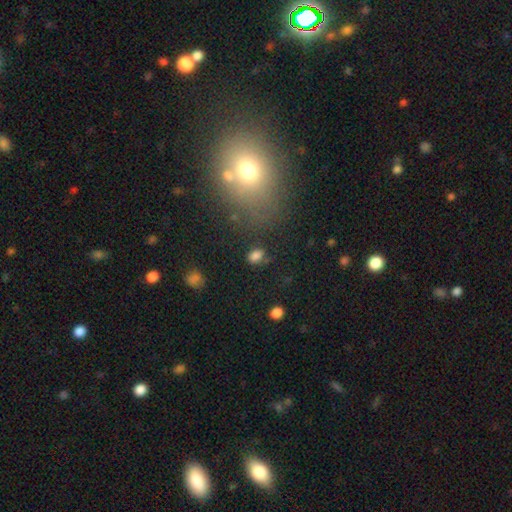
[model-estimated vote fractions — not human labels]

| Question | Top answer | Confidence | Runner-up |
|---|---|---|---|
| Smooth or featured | smooth | 79% | star or artifact (14%) |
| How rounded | in between | 82% | round (16%) |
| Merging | none | 70% | minor disturbance (17%) |